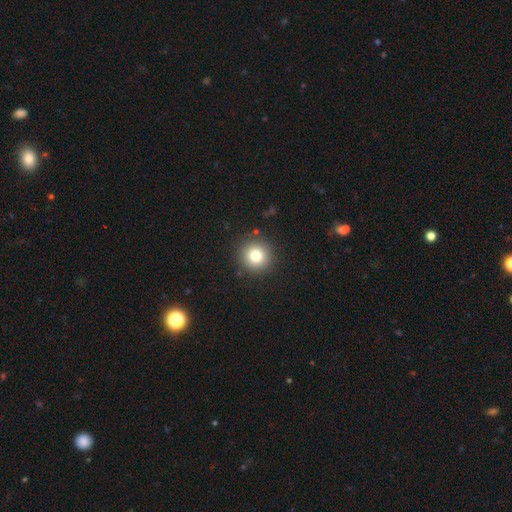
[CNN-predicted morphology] This appears to be a smooth galaxy with no disk features (78%) that is round (95%). Merging: none (89%).